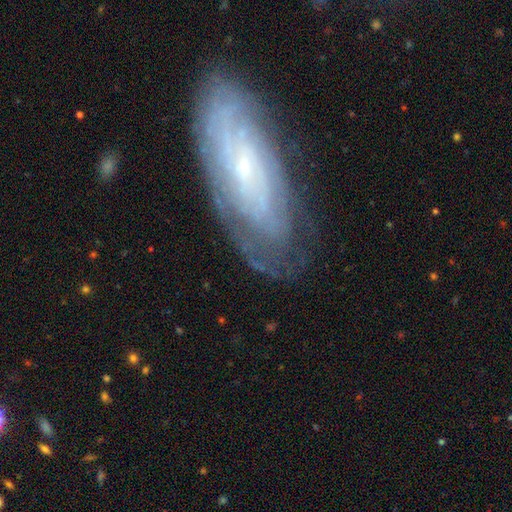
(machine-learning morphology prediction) Q: Smooth or featured?
A: featured or disk (77%); runner-up: smooth (15%)
Q: Edge-on disk?
A: no (86%); runner-up: yes (14%)
Q: Bar?
A: no (64%); runner-up: weak (28%)
Q: Spiral arms?
A: yes (89%); runner-up: no (11%)
Q: Spiral winding?
A: tight (76%); runner-up: medium (19%)
Q: Spiral arm count?
A: can't tell (60%); runner-up: 2 (11%)
Q: Bulge size?
A: small (82%); runner-up: moderate (12%)
Q: Merging?
A: none (75%); runner-up: minor disturbance (17%)